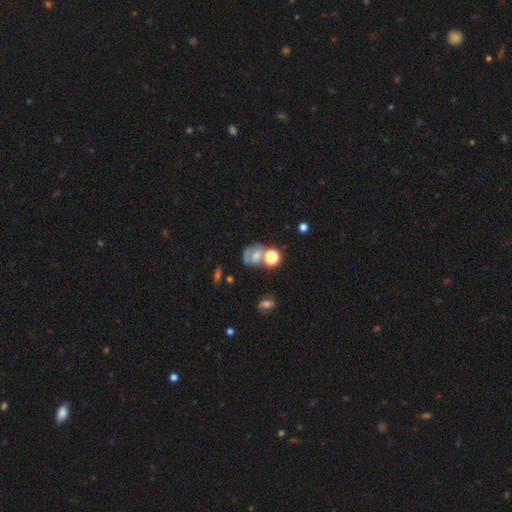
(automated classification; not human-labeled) Smooth or featured?
  - smooth: 49% *
  - featured or disk: 31%
  - star or artifact: 19%
Merging?
  - none: 36% *
  - merger: 32%
  - minor disturbance: 17%
  - major disturbance: 15%